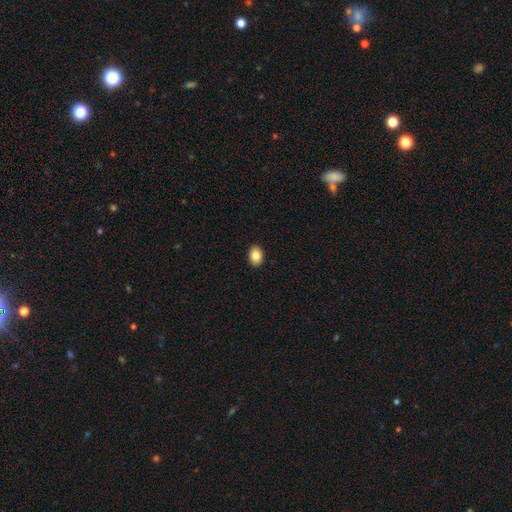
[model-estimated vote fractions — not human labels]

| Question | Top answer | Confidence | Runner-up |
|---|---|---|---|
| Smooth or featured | smooth | 85% | star or artifact (8%) |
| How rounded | in between | 78% | round (21%) |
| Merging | none | 91% | minor disturbance (6%) |